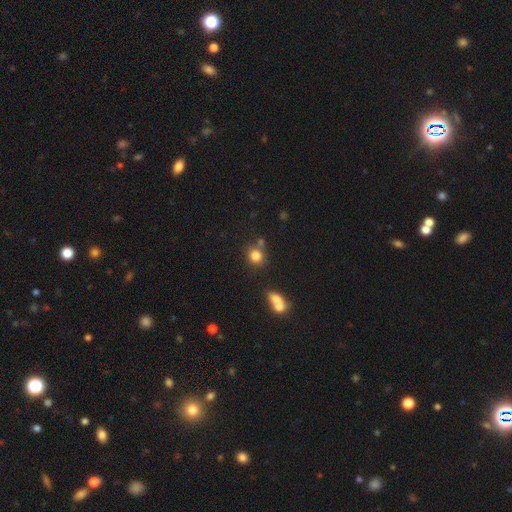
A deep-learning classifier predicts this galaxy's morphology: Smooth or featured? smooth (81%)
How rounded? round (83%)
Merging? none (64%)